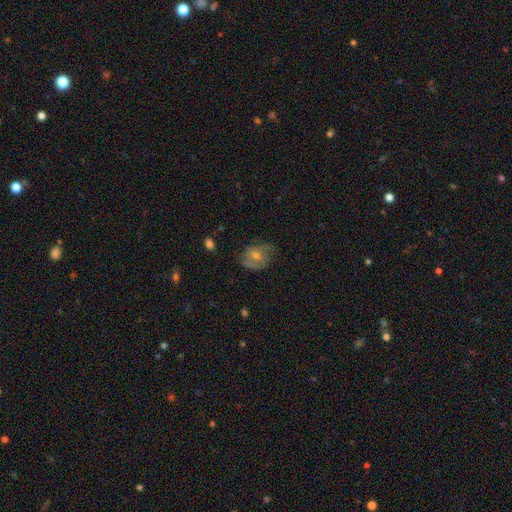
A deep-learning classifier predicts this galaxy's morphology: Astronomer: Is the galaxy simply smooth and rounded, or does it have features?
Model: featured or disk — 62%.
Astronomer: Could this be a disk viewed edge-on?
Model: no — 96%.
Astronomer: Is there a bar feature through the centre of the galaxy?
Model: no — 60%.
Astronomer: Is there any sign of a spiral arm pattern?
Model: yes — 84%.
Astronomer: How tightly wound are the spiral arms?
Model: medium — 45% (runner-up: tight, 35%).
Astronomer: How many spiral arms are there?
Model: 2 — 67%.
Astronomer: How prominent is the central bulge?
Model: moderate — 50% (runner-up: small, 43%).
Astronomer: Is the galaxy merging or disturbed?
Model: none — 70%.